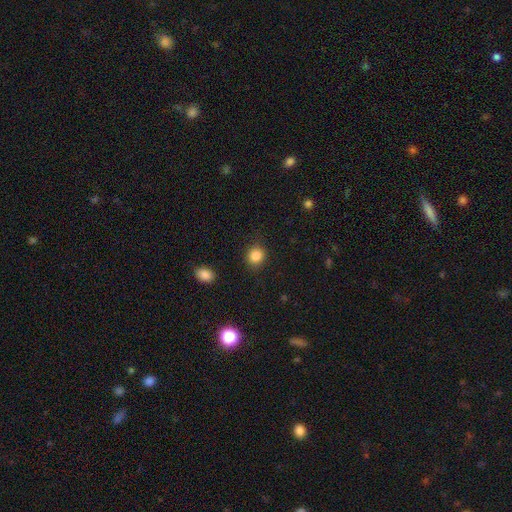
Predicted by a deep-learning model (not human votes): Smooth or featured? Predicted: smooth (p=0.85). How rounded? Predicted: round (p=0.80). Merging? Predicted: none (p=0.87).